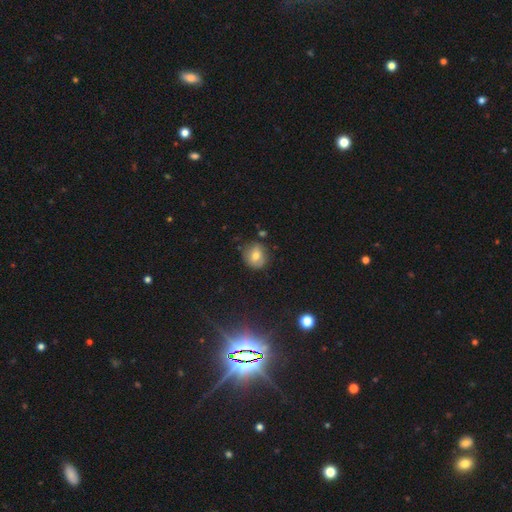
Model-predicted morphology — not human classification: This is likely a smooth galaxy (69%). How rounded: likely round (73%). Merging: likely none (73%).